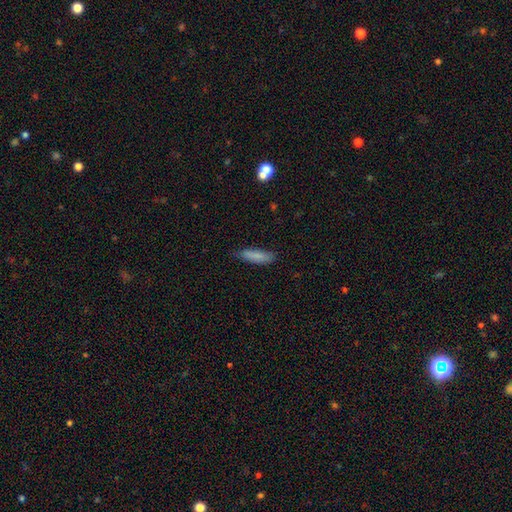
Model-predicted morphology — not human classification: A smooth galaxy with no disk features (84%) that is cigar-shaped (62%). Merging: none (76%).